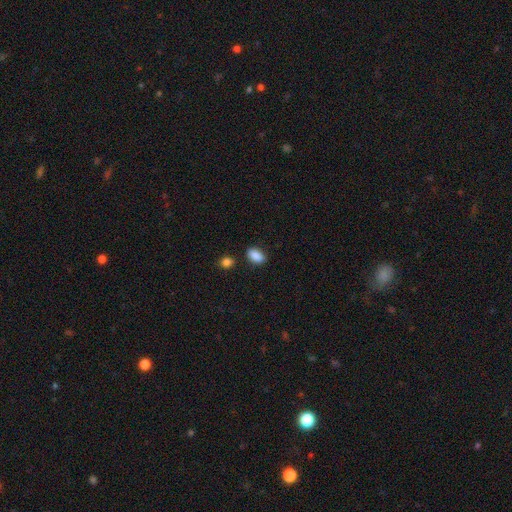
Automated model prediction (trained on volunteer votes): Overall: smooth (89%). How rounded: in between (90%). Merging: none (83%).